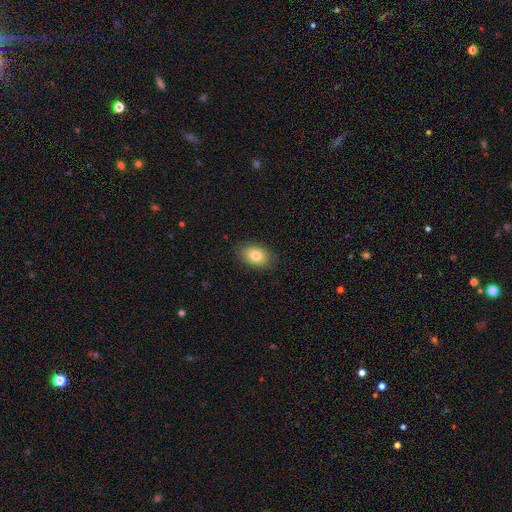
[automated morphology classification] A smooth galaxy with no disk features (80%) that is in between round and cigar-shaped (80%). Merging: none (86%).